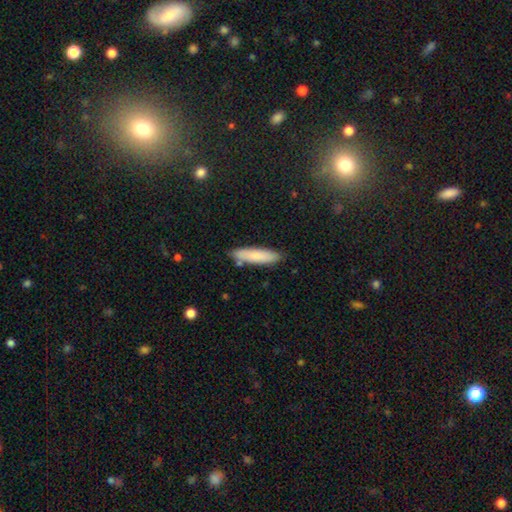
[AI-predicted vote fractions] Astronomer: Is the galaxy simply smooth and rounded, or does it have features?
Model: smooth — 80%.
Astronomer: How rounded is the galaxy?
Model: cigar-shaped — 78%.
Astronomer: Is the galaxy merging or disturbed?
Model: none — 84%.